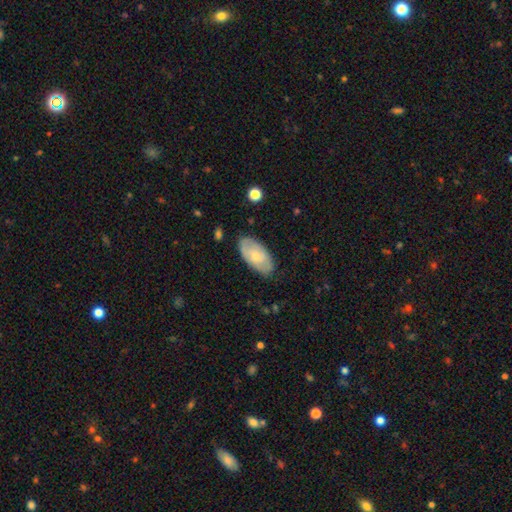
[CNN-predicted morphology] Q: Smooth or featured?
A: smooth (57%); runner-up: featured or disk (37%)
Q: How rounded?
A: in between (94%); runner-up: round (3%)
Q: Merging?
A: none (80%); runner-up: minor disturbance (16%)